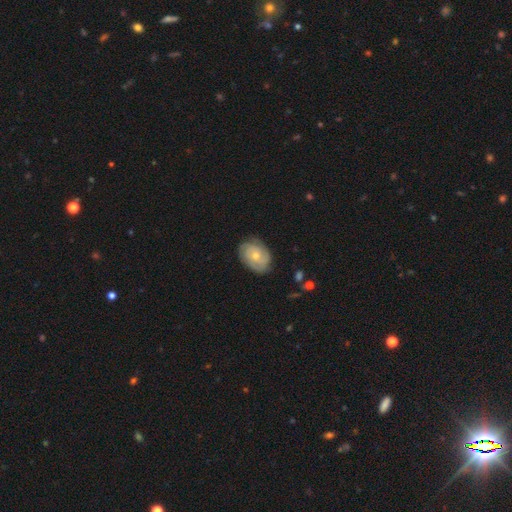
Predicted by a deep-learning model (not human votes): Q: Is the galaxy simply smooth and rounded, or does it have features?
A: featured or disk — 60%.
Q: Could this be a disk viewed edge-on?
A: no — 96%.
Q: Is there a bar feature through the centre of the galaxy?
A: no — 82%.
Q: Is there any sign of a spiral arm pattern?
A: yes — 83%.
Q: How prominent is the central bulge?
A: small — 52%.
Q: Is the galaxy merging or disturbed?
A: none — 75%.